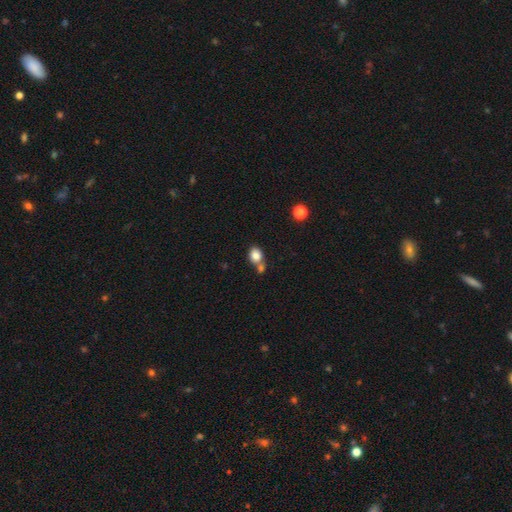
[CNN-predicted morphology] type=smooth (82%); roundness=in between (51%); merging=none (47%).